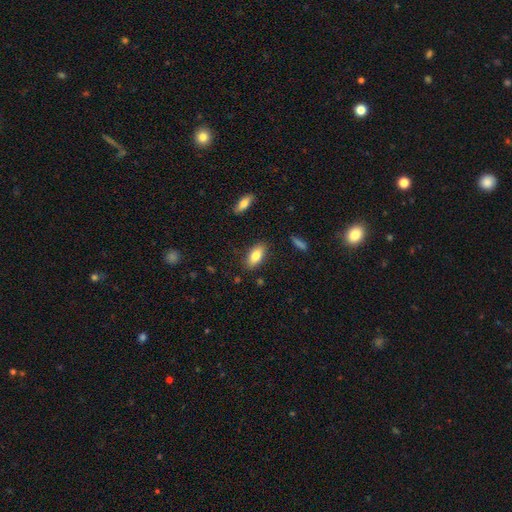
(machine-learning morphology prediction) smooth_or_featured: smooth (p=0.80) [alt: featured or disk p=0.13]
how_rounded: in between (p=0.86) [alt: cigar-shaped p=0.10]
merging: none (p=0.84) [alt: minor disturbance p=0.11]